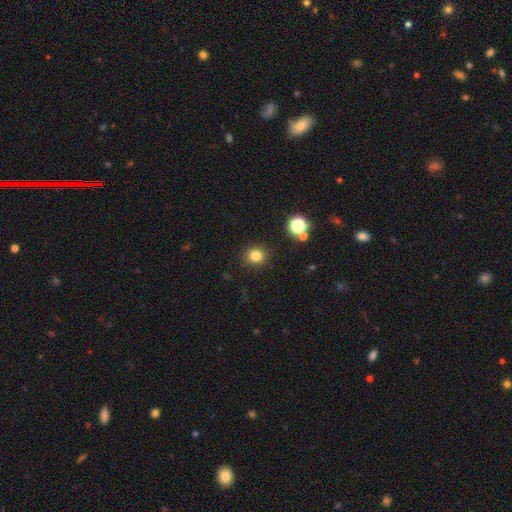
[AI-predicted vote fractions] smooth 80%, star or artifact 14%, featured or disk 6%. Down the decision tree: how rounded — round (88%); merging — none (89%).